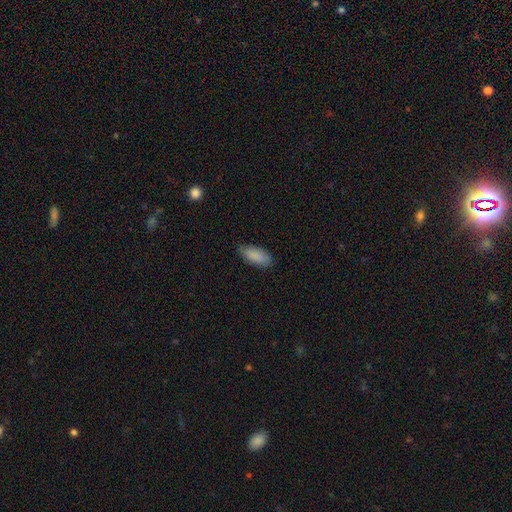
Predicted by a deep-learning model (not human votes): smooth-or-featured: smooth: 88% | featured or disk: 6% | star or artifact: 6%
  how-rounded: in between: 86% | cigar-shaped: 13% | round: 2%
  merging: none: 81% | minor disturbance: 15% | major disturbance: 3% | merger: 1%